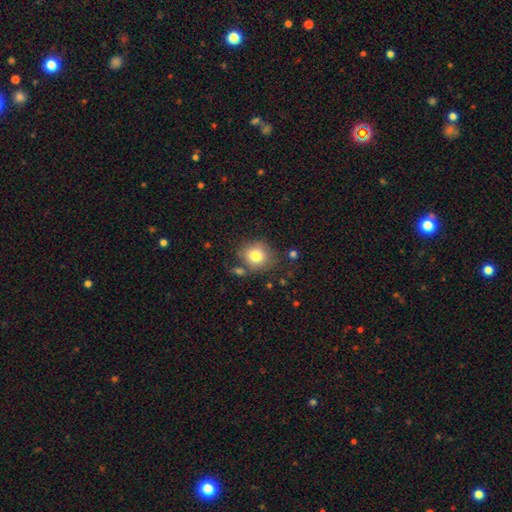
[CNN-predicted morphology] Smooth or featured? smooth (80%)
How rounded? round (82%)
Merging? none (76%)